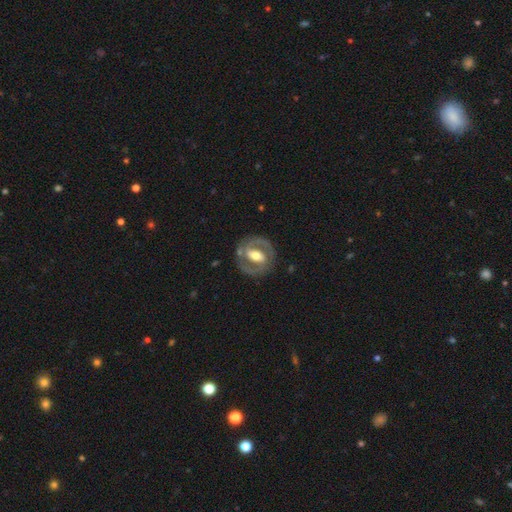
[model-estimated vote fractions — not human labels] Smooth or featured?
  - featured or disk: 79% *
  - smooth: 16%
  - star or artifact: 5%
Edge-on disk?
  - no: 96% *
  - yes: 4%
Bar?
  - strong: 44% *
  - weak: 34%
  - no: 22%
Spiral arms?
  - yes: 75% *
  - no: 25%
Spiral winding?
  - tight: 44% * (tied)
  - medium: 44% * (tied)
  - loose: 12%
Spiral arm count?
  - 2: 85% *
  - can't tell: 7%
  - 1: 5%
  - 3: 1%
  - 4: 1%
  - more than 4: 1%
Bulge size?
  - moderate: 66% *
  - small: 16%
  - large: 15%
  - dominant: 1%
  - none: 1%
Merging?
  - none: 81% *
  - minor disturbance: 12%
  - major disturbance: 6%
  - merger: 2%